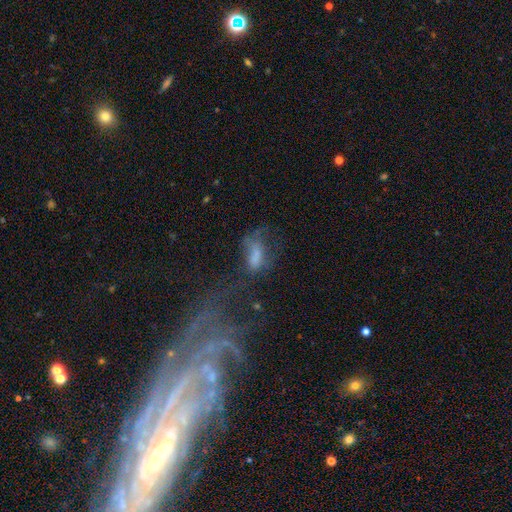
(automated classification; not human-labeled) The model was most divided on "merging": major disturbance: 44%, none: 25%, minor disturbance: 18%, merger: 13%. More confident: how rounded — in between (78%); smooth or featured — smooth (52%).